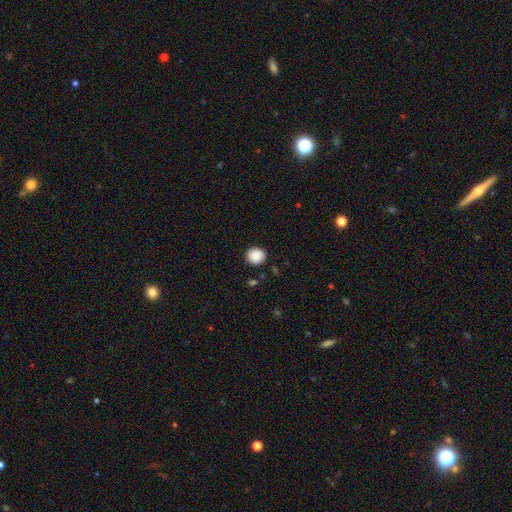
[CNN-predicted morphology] This is clearly a smooth galaxy (89%). How rounded: clearly round (87%). Merging: clearly none (89%).